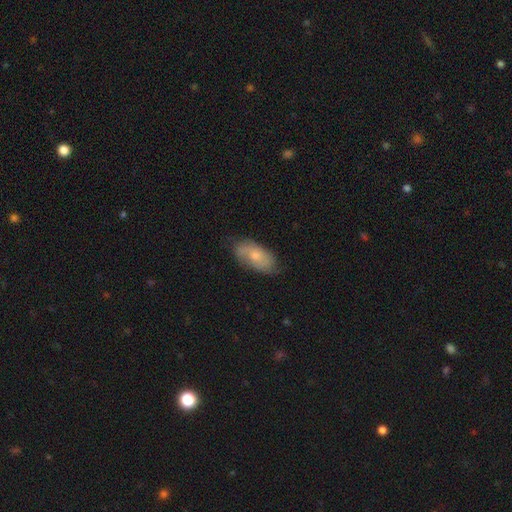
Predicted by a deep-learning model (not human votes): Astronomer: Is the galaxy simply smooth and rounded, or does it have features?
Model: smooth — 60%.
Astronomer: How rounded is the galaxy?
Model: in between — 90%.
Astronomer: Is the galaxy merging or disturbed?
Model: none — 68%.